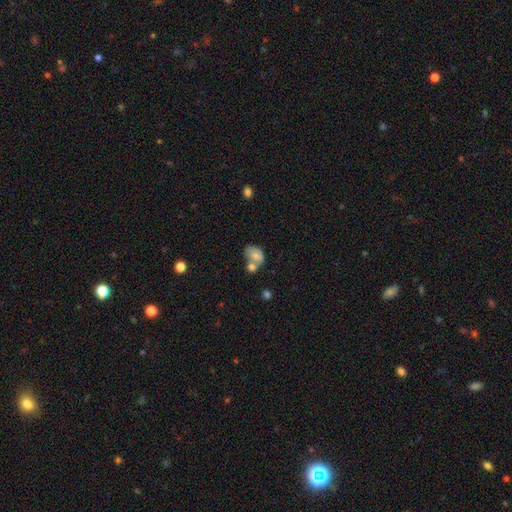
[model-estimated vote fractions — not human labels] Overall: smooth (75%). How rounded: in between (74%). Merging: merger (46%; none 31%).